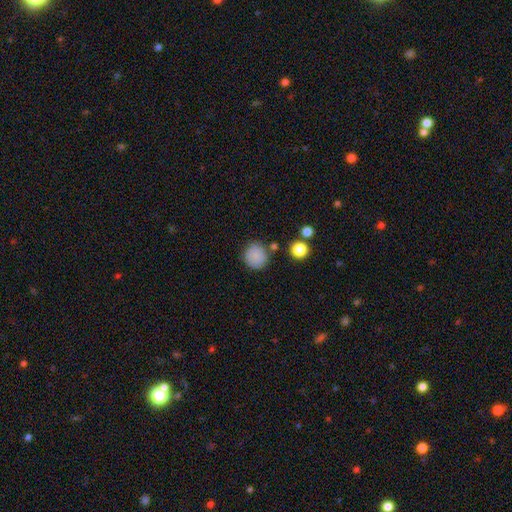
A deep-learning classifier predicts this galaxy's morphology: This appears to be a smooth galaxy with no disk features (82%) that is round (88%). Merging: none (79%).